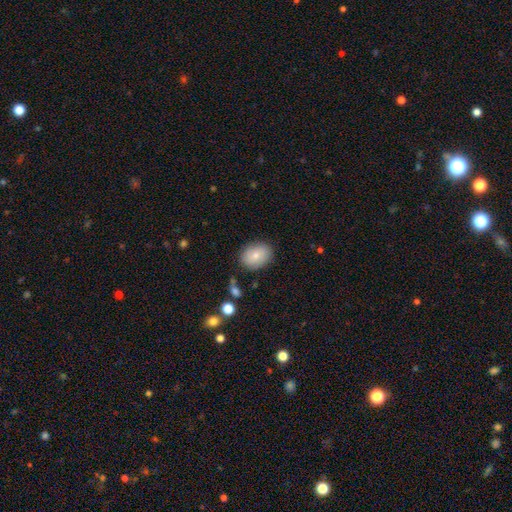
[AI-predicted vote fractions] Smooth or featured: smooth — 76% (featured or disk — 16%)
How rounded: in between — 66% (round — 33%)
Merging: none — 80% (minor disturbance — 14%)